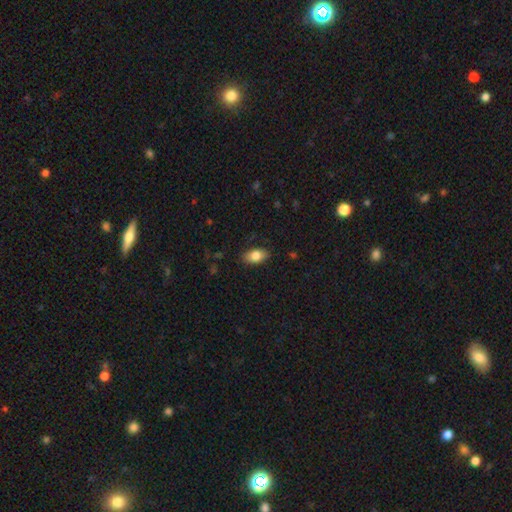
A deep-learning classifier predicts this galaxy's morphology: Q: Smooth or featured?
A: smooth (84%); runner-up: featured or disk (9%)
Q: How rounded?
A: in between (91%); runner-up: round (6%)
Q: Merging?
A: none (85%); runner-up: minor disturbance (11%)